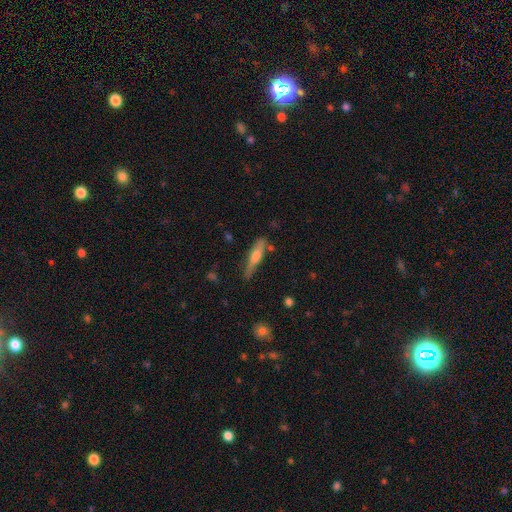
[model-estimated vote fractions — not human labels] The model was most divided on "smooth or featured": featured or disk: 54%, smooth: 39%, star or artifact: 7%. More confident: edge-on disk — yes (92%); merging — none (75%).